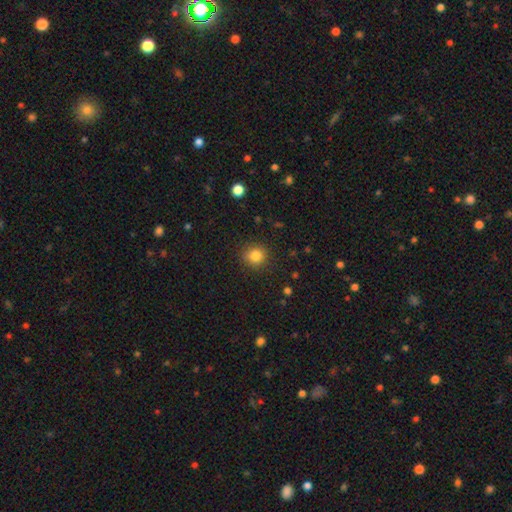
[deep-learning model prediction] Smooth or featured?
  - smooth: 83% *
  - star or artifact: 12%
  - featured or disk: 5%
How rounded?
  - round: 87% *
  - in between: 12%
  - cigar-shaped: 1%
Merging?
  - none: 89% *
  - minor disturbance: 8%
  - major disturbance: 3%
  - merger: 1%